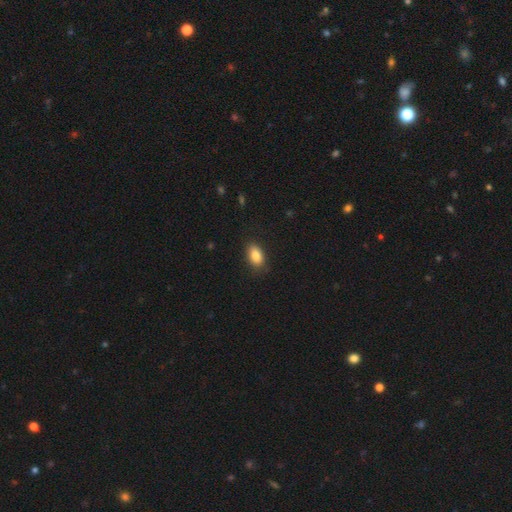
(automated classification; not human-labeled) Smooth or featured? Predicted: smooth (p=0.85). How rounded? Predicted: in between (p=0.89). Merging? Predicted: none (p=0.84).